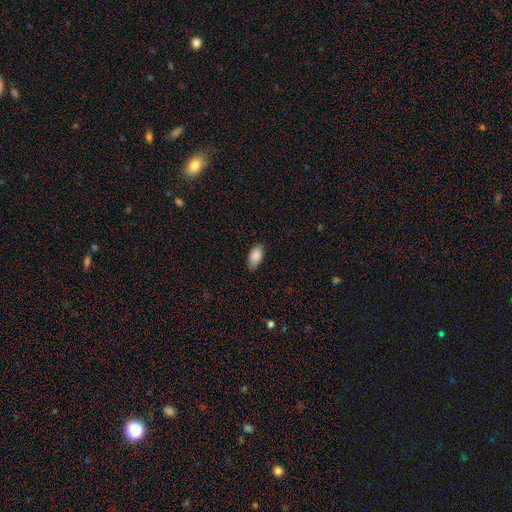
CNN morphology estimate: Smooth or featured? Predicted: smooth (p=0.88). How rounded? Predicted: in between (p=0.93). Merging? Predicted: none (p=0.78).